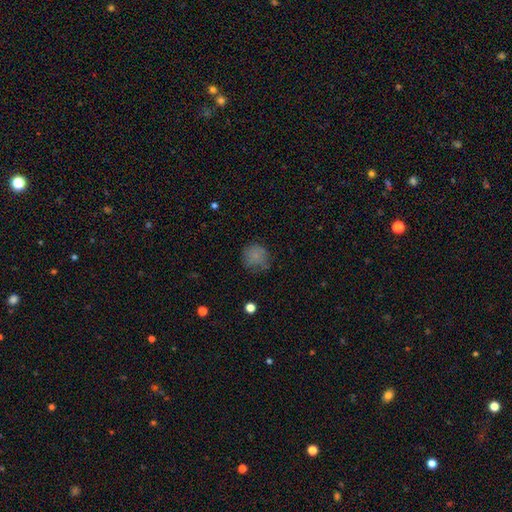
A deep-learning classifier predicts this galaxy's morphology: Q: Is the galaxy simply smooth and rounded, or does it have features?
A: smooth — 77%.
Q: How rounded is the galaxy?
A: round — 88%.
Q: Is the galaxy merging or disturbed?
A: none — 67%.